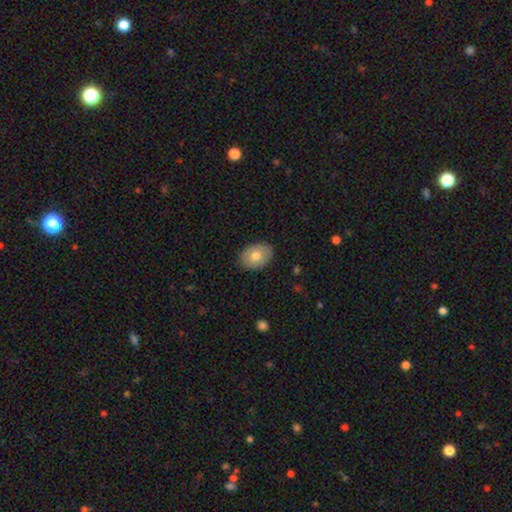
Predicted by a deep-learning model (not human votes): Morphology: type=smooth (70%); roundness=in between (77%); merging=none (84%).